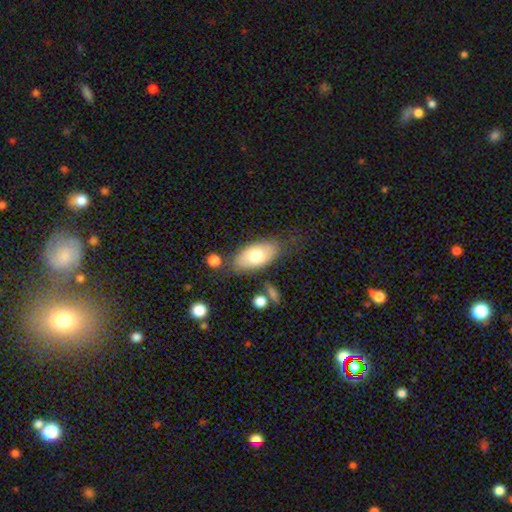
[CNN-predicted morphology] The model was most divided on "smooth or featured": smooth: 71%, featured or disk: 22%, star or artifact: 7%. More confident: how rounded — in between (92%); merging — none (70%).